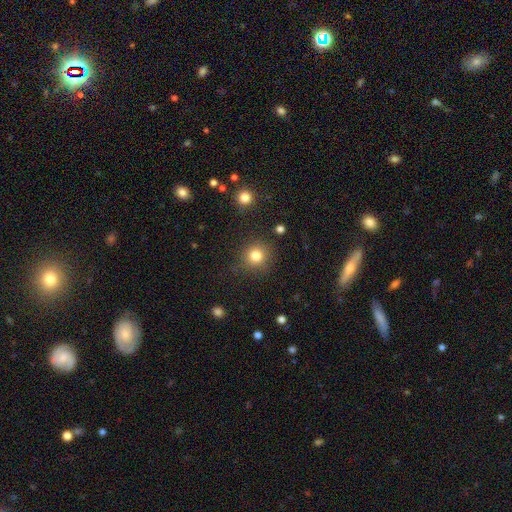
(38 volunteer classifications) Volunteers were most divided on "merging": none: 89%, minor disturbance: 8%, major disturbance: 3%, merger: 0%. More confident: smooth or featured — smooth (92%); how rounded — round (91%).